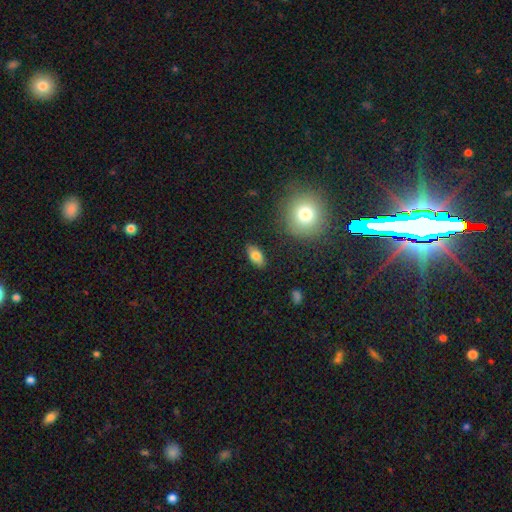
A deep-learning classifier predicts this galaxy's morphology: smooth-or-featured: smooth: 80% | featured or disk: 11% | star or artifact: 8%
  how-rounded: in between: 90% | cigar-shaped: 6% | round: 4%
  merging: none: 85% | minor disturbance: 10% | major disturbance: 3% | merger: 2%